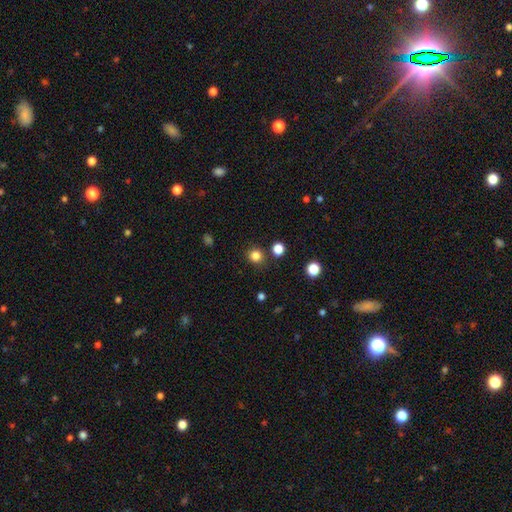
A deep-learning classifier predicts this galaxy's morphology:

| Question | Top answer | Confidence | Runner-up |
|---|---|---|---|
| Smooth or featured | smooth | 83% | star or artifact (13%) |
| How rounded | round | 89% | in between (10%) |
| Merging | none | 86% | minor disturbance (7%) |